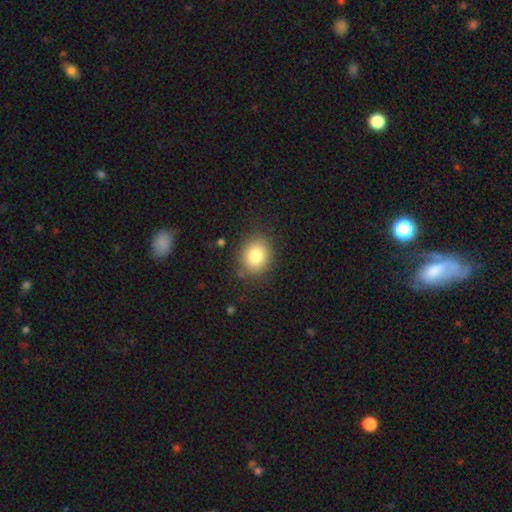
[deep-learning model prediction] smooth-or-featured: smooth: 80% | star or artifact: 10% | featured or disk: 9%
  how-rounded: round: 72% | in between: 28% | cigar-shaped: 1%
  merging: none: 85% | minor disturbance: 10% | major disturbance: 3% | merger: 2%